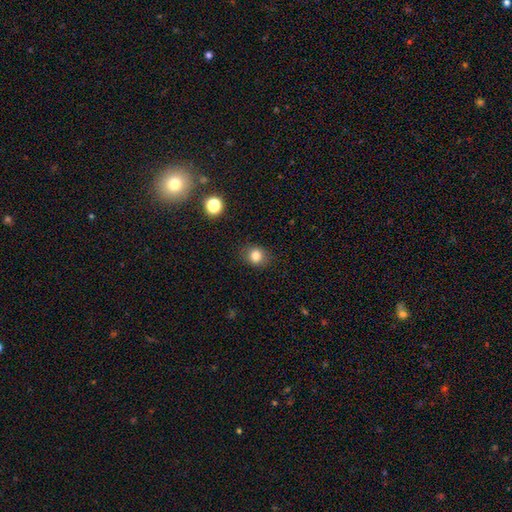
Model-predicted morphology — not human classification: Smooth or featured?
  - smooth: 81% *
  - star or artifact: 12%
  - featured or disk: 6%
How rounded?
  - round: 70% *
  - in between: 29%
  - cigar-shaped: 1%
Merging?
  - none: 85% *
  - minor disturbance: 10%
  - major disturbance: 3%
  - merger: 1%